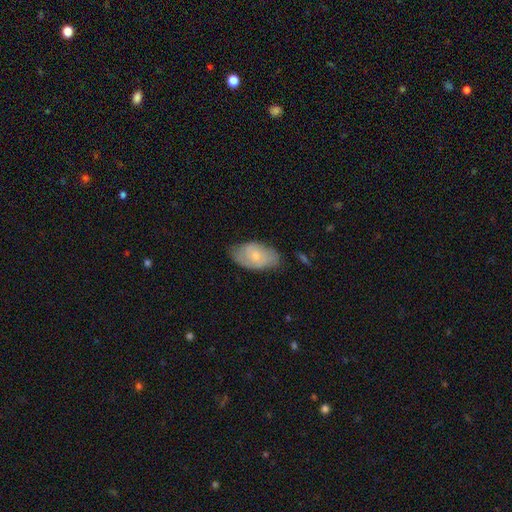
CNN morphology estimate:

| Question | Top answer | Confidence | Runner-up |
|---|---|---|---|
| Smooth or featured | smooth | 55% | featured or disk (39%) |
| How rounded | in between | 92% | round (6%) |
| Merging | none | 66% | minor disturbance (27%) |